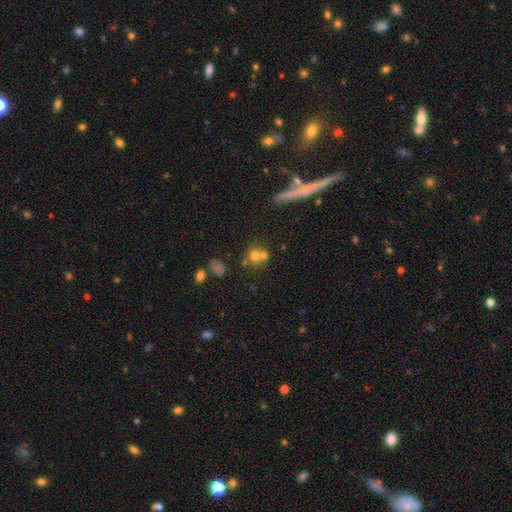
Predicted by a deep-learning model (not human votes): A smooth galaxy with no disk features (63%) that is round (81%). Merging: merger (46%).